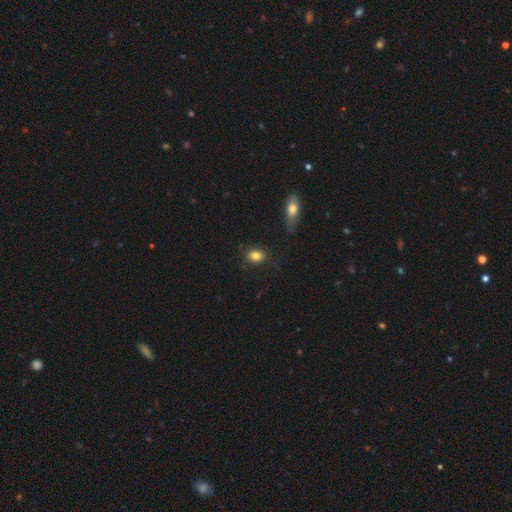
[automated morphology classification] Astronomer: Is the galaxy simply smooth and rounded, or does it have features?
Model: smooth — 84%.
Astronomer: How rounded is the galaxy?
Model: in between — 71%.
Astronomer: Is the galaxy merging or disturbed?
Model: none — 80%.